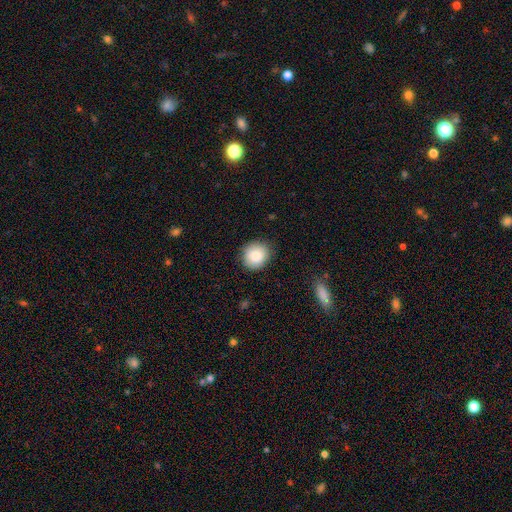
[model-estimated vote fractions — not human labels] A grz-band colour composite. It shows a smooth galaxy with no disk features (84%) that is round (85%). Merging: none (87%).